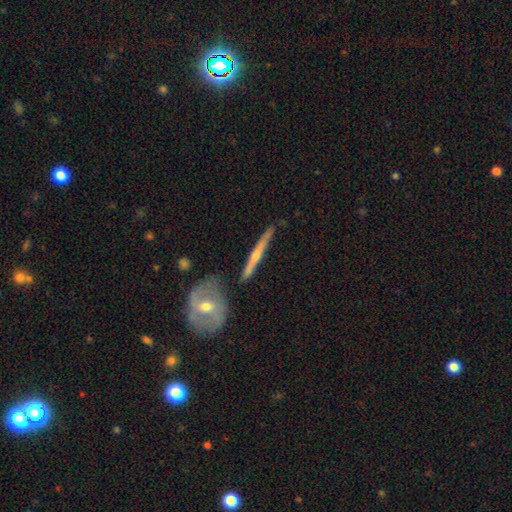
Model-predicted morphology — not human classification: Q: Smooth or featured?
A: featured or disk (71%); runner-up: smooth (21%)
Q: Edge-on disk?
A: yes (90%); runner-up: no (10%)
Q: Edge-on bulge?
A: rounded (76%); runner-up: none (19%)
Q: Merging?
A: none (78%); runner-up: minor disturbance (11%)